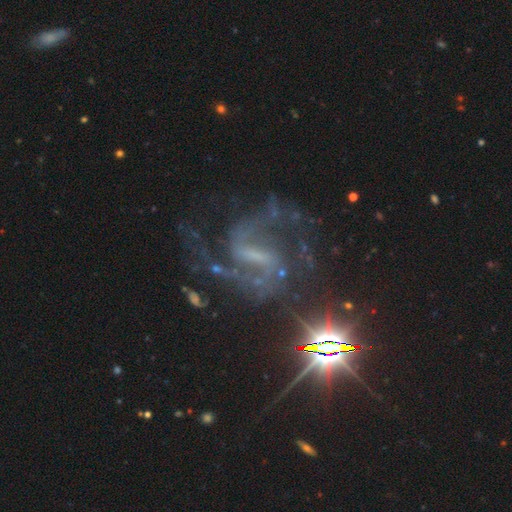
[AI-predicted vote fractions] Smooth or featured? Predicted: featured or disk (p=0.82). Edge-on disk? Predicted: no (p=0.97). Bar? Predicted: strong (p=0.50). Spiral arms? Predicted: yes (p=0.96). Spiral winding? Predicted: medium (p=0.57). Spiral arm count? Predicted: 2 (p=0.83). Bulge size? Predicted: none (p=0.43). Merging? Predicted: none (p=0.61).